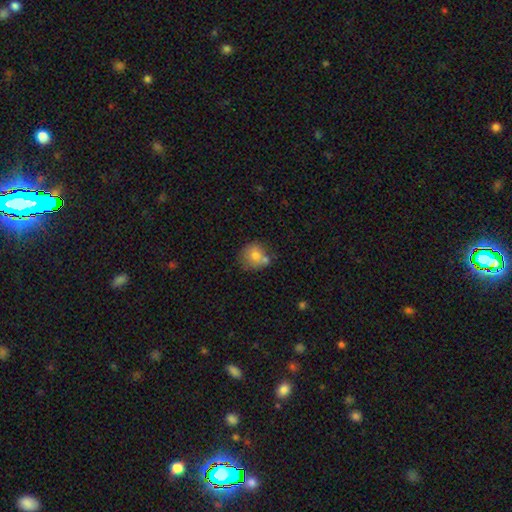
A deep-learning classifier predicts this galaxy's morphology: This is likely a smooth galaxy (75%). How rounded: clearly round (83%). Merging: possibly none (48%).